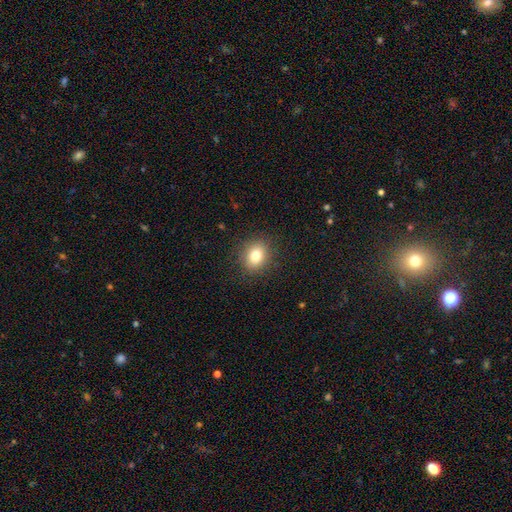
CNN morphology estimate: This is likely a smooth galaxy (80%). How rounded: possibly round (59%). Merging: clearly none (88%).